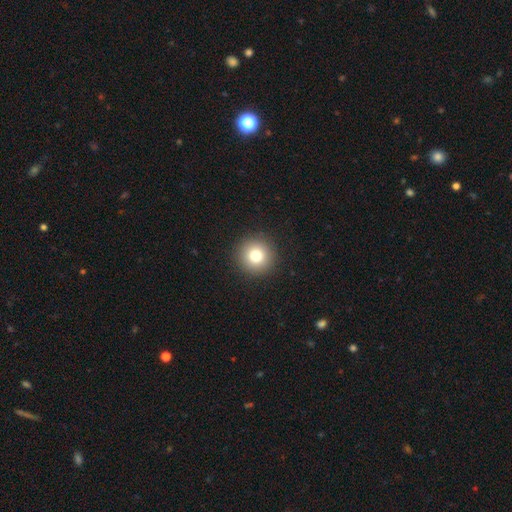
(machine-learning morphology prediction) A smooth galaxy with no disk features (79%) that is round (96%). Merging: none (93%).